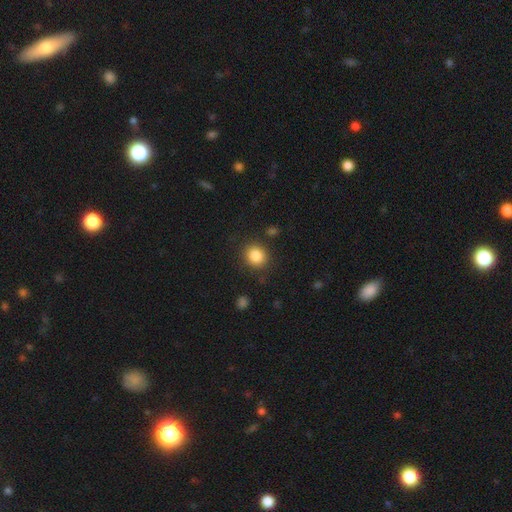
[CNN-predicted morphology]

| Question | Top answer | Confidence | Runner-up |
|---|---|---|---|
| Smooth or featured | smooth | 85% | star or artifact (10%) |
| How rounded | round | 83% | in between (16%) |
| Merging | none | 87% | minor disturbance (8%) |